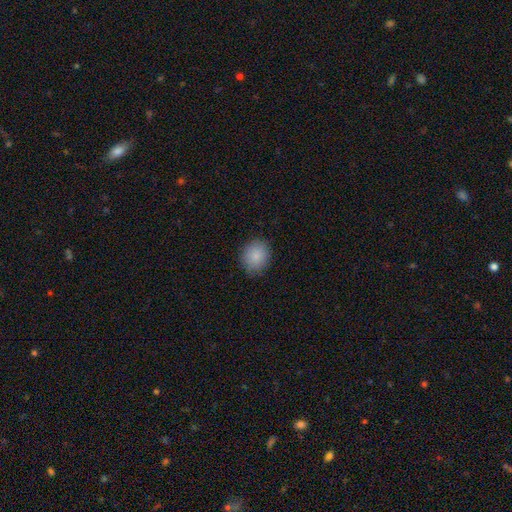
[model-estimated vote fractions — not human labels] Smooth or featured: smooth — 87% (star or artifact — 8%)
How rounded: round — 70% (in between — 29%)
Merging: none — 85% (minor disturbance — 12%)